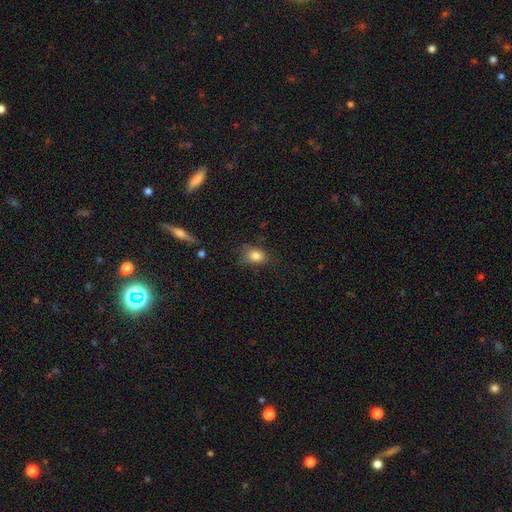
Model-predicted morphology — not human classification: Smooth or featured? smooth (83%)
How rounded? in between (69%)
Merging? none (67%)